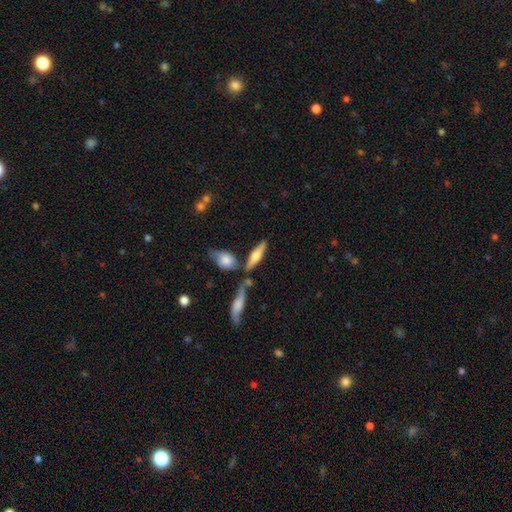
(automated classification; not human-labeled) A featured or disk galaxy (52%) viewed edge-on (92%).

Vote fractions:
- Smooth or featured? featured or disk: 52% / smooth: 41% / star or artifact: 7%
- Edge-on disk? yes: 92% / no: 8%
- Merging? none: 69% / merger: 15% / minor disturbance: 13% / major disturbance: 4%